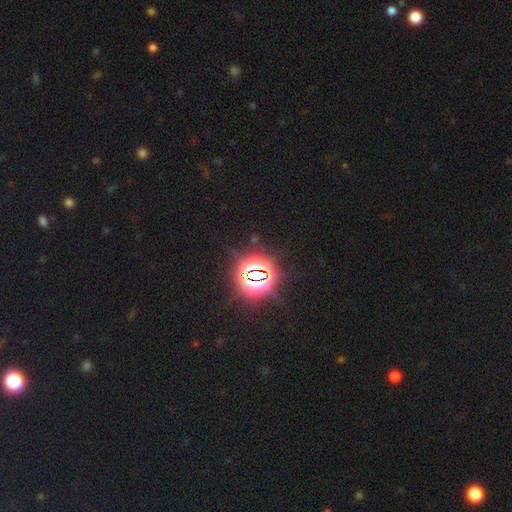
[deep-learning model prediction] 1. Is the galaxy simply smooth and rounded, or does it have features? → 83% star or artifact, 11% smooth, 6% featured or disk.